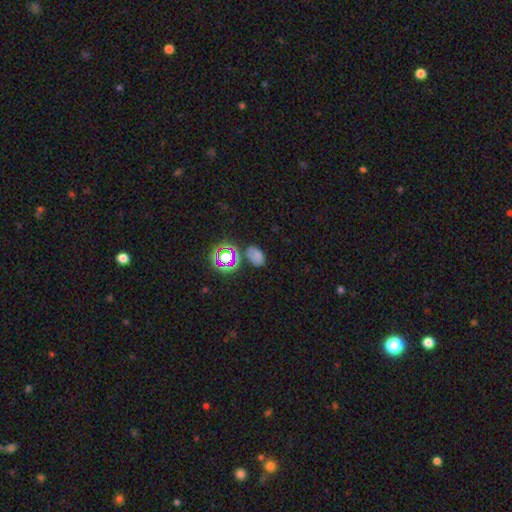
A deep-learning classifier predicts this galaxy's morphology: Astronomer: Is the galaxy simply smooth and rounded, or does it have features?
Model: smooth — 61%.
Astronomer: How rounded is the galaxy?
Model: in between — 82%.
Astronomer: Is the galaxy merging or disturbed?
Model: none — 66%.